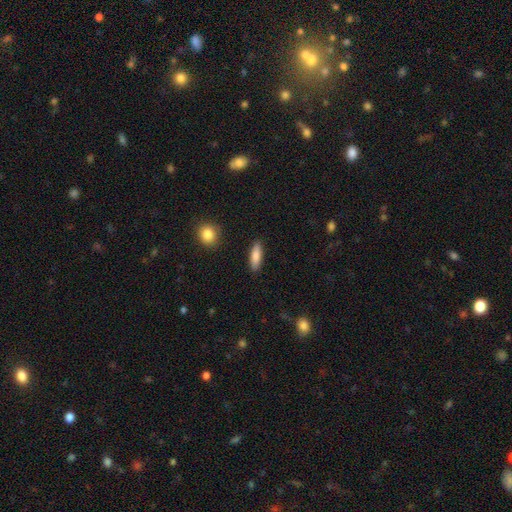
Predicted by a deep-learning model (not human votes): This is clearly a smooth galaxy (84%). How rounded: possibly in between (50%). Merging: clearly none (89%).